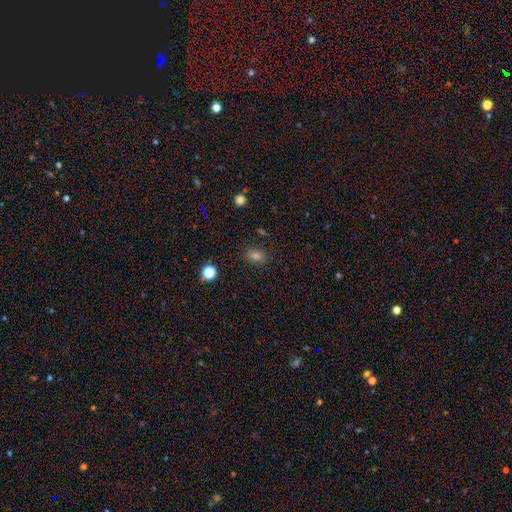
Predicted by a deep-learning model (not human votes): A smooth galaxy with no disk features (75%) that is in between round and cigar-shaped (68%). Merging: none (86%).